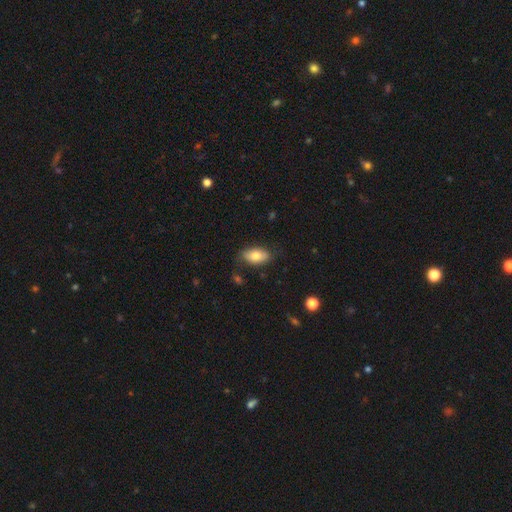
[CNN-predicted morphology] Smooth or featured? smooth (80%)
How rounded? in between (92%)
Merging? none (77%)